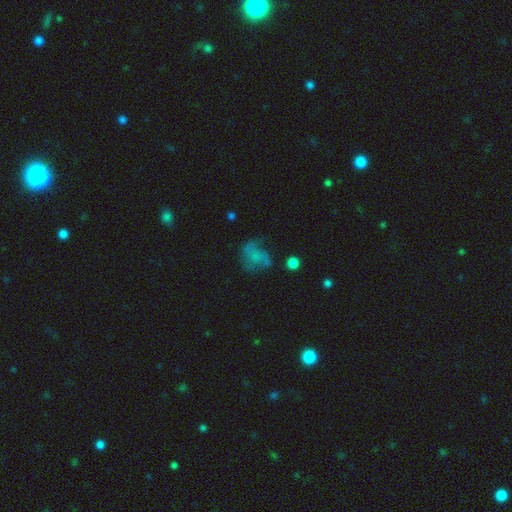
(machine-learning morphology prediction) Overall: featured or disk (43%; smooth 41%). Merging: none (41%; major disturbance 32%).